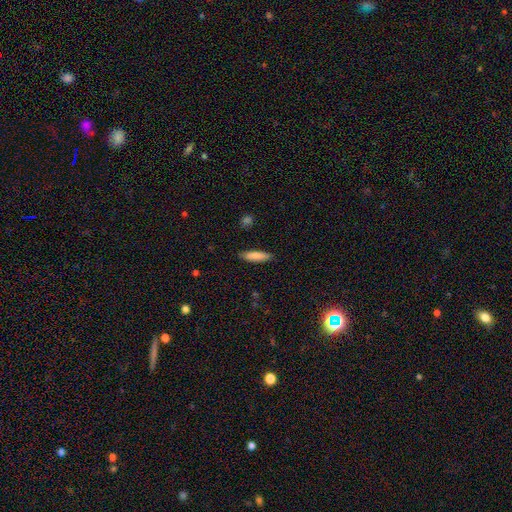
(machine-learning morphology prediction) A smooth galaxy with no disk features (82%) that is cigar-shaped (71%). Merging: none (87%).